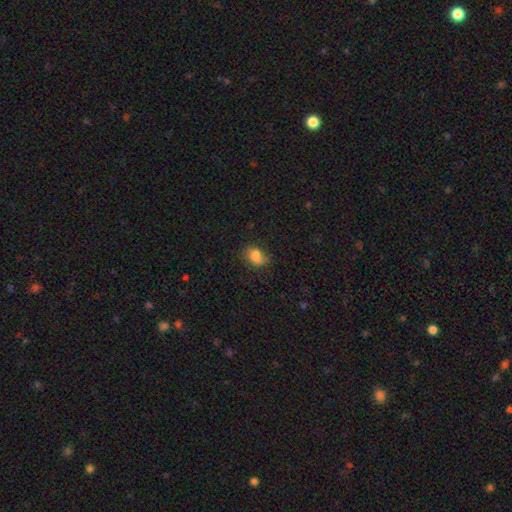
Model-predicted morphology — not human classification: A smooth galaxy with no disk features (80%) that is in between round and cigar-shaped (72%).

Vote fractions:
- Smooth or featured? smooth: 80% / star or artifact: 11% / featured or disk: 9%
- How rounded? in between: 72% / round: 27% / cigar-shaped: 2%
- Merging? none: 54% / minor disturbance: 30% / major disturbance: 11% / merger: 5%